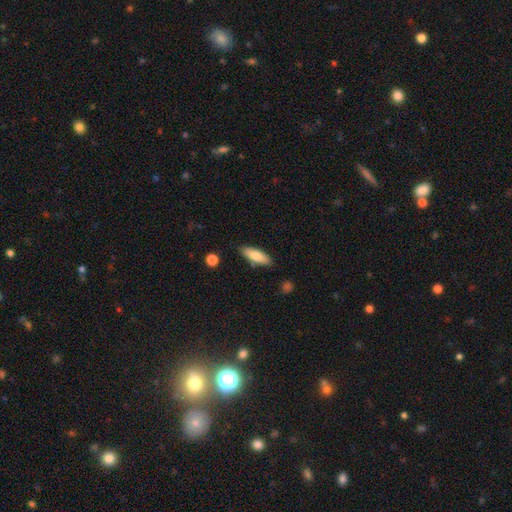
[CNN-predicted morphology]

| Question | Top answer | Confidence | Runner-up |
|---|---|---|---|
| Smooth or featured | smooth | 76% | featured or disk (18%) |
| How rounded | in between | 59% | cigar-shaped (39%) |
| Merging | none | 84% | minor disturbance (11%) |